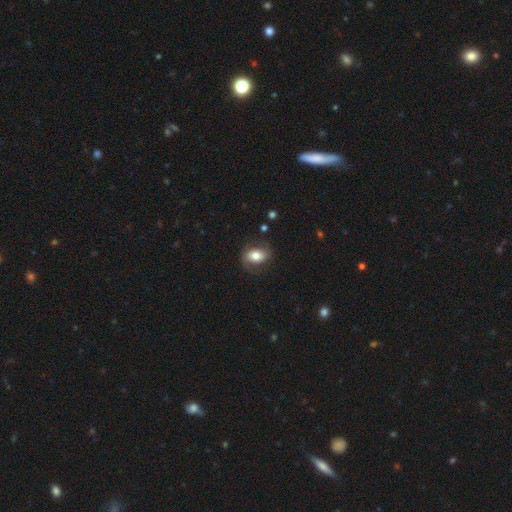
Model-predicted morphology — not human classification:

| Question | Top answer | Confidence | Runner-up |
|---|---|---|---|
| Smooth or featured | smooth | 59% | featured or disk (33%) |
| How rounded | in between | 78% | round (20%) |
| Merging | none | 72% | minor disturbance (18%) |